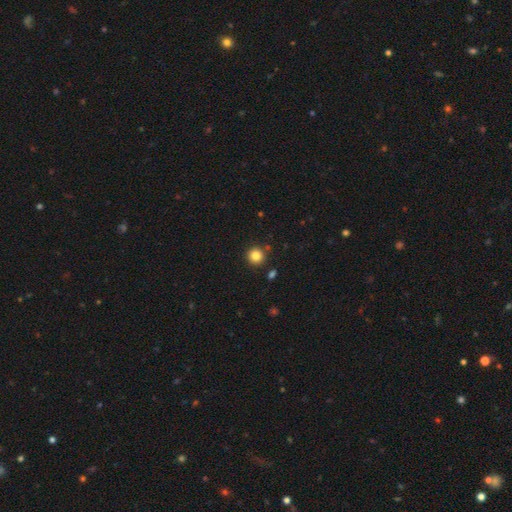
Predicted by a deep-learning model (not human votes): A smooth galaxy with no disk features (84%) that is round (94%).

Vote fractions:
- Smooth or featured? smooth: 84% / star or artifact: 11% / featured or disk: 5%
- How rounded? round: 94% / in between: 5% / cigar-shaped: 1%
- Merging? none: 89% / minor disturbance: 6% / merger: 3% / major disturbance: 2%